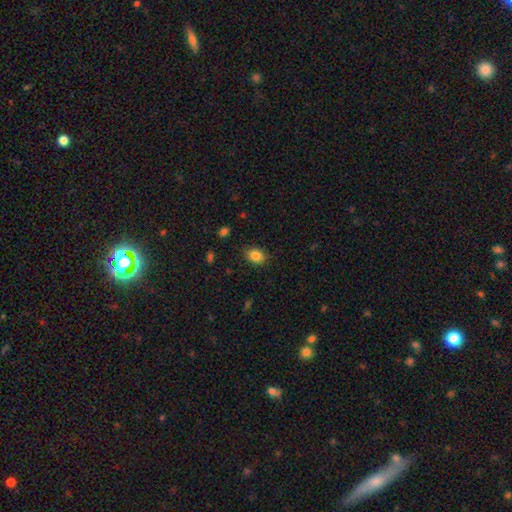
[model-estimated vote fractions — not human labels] Smooth or featured?
  - smooth: 86% *
  - star or artifact: 9%
  - featured or disk: 5%
How rounded?
  - in between: 69% *
  - round: 30%
  - cigar-shaped: 1%
Merging?
  - none: 85% *
  - minor disturbance: 11%
  - major disturbance: 3%
  - merger: 1%